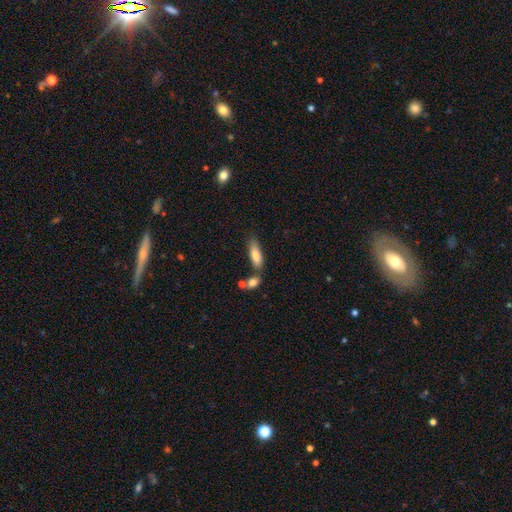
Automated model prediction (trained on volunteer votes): A smooth galaxy with no disk features (80%) that is in between round and cigar-shaped (59%).

Vote fractions:
- Smooth or featured? smooth: 80% / featured or disk: 14% / star or artifact: 6%
- How rounded? in between: 59% / cigar-shaped: 38% / round: 2%
- Merging? none: 58% / merger: 20% / minor disturbance: 17% / major disturbance: 5%